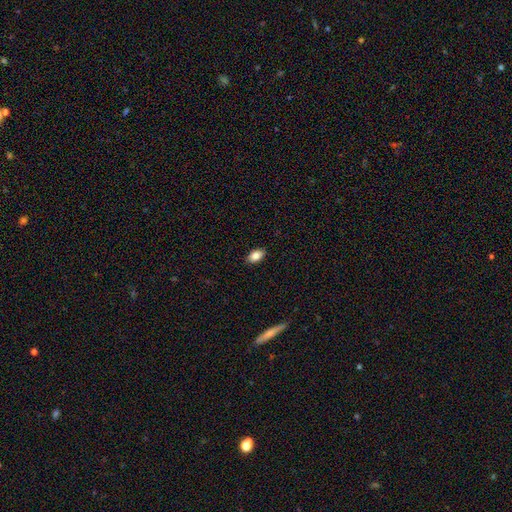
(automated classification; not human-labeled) The model was most divided on "smooth or featured": smooth: 84%, featured or disk: 8%, star or artifact: 8%. More confident: how rounded — in between (91%); merging — none (88%).